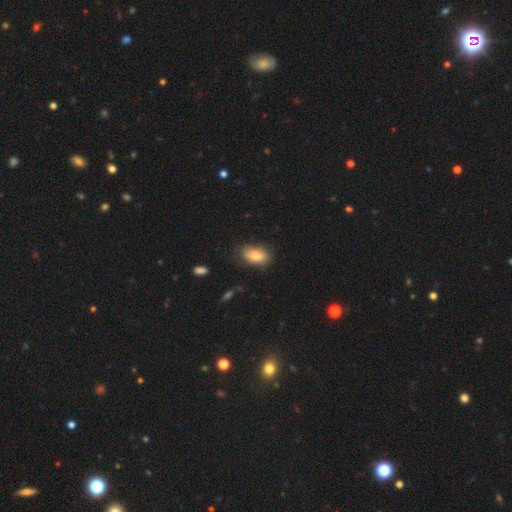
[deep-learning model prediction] This appears to be a smooth galaxy with no disk features (84%) that is in between round and cigar-shaped (91%). Merging: none (75%).